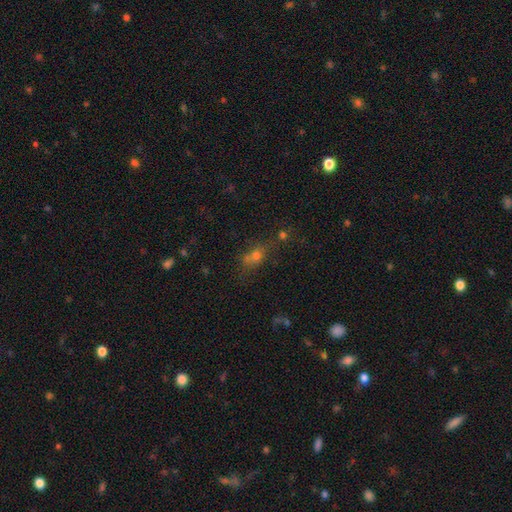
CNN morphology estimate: A smooth galaxy with no disk features (54%) that is round (46%). Merging: none (51%).